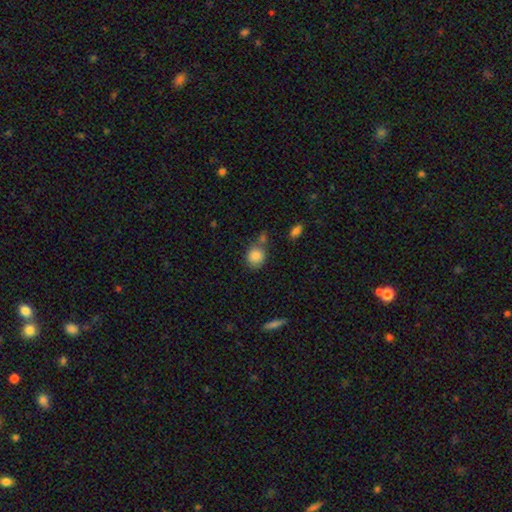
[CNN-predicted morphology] smooth-or-featured: smooth: 86% | star or artifact: 9% | featured or disk: 6%
  how-rounded: round: 73% | in between: 25% | cigar-shaped: 1%
  merging: none: 60% | minor disturbance: 17% | merger: 17% | major disturbance: 5%